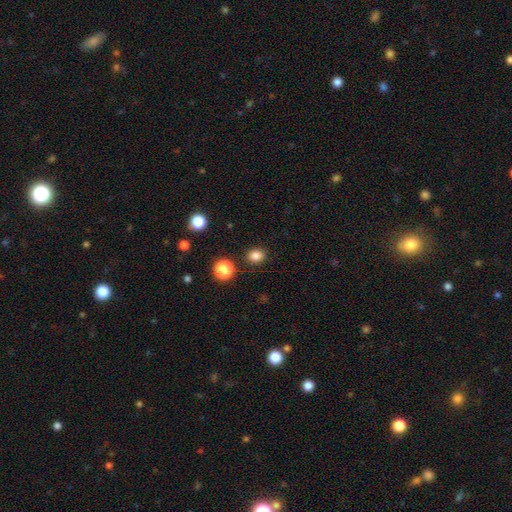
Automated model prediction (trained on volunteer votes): Smooth or featured? smooth (83%)
How rounded? round (63%)
Merging? none (86%)